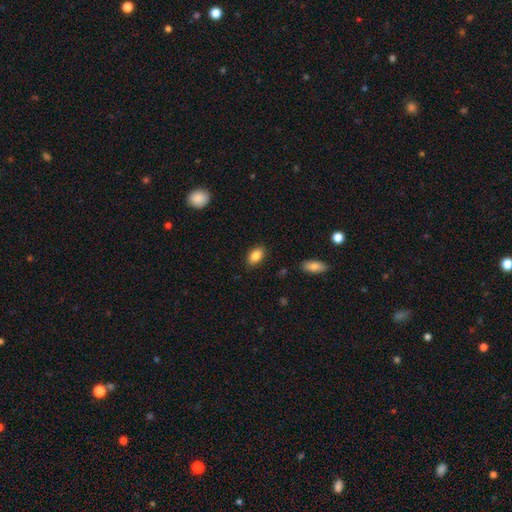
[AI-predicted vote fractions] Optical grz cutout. It shows a smooth galaxy with no disk features (86%) that is in between round and cigar-shaped (89%). Merging: none (86%).